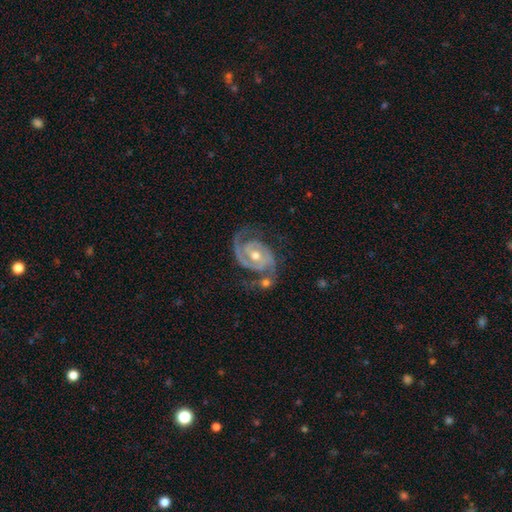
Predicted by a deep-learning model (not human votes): This is clearly a featured or disk galaxy (92%). It is clearly not viewed edge-on (98%). Bar: possibly no (59%). Spiral arm pattern: clearly yes (98%). Spiral arm count: clearly 2 (89%). Spiral winding: possibly tight (53%). Central bulge: likely moderate (71%). Merging: likely none (64%).